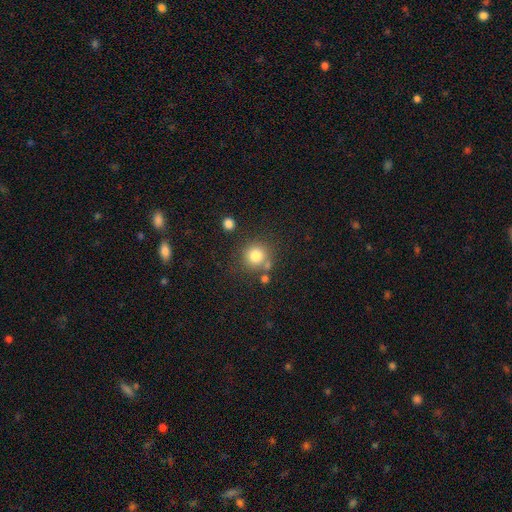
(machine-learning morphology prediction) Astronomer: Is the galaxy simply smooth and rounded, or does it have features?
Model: smooth — 81%.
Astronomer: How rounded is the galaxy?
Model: round — 91%.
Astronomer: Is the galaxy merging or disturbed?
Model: none — 74%.